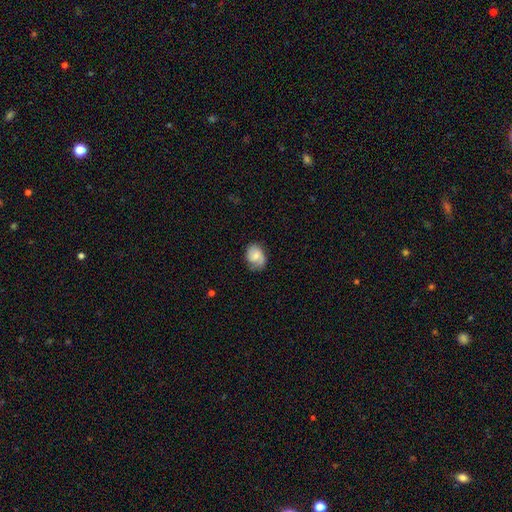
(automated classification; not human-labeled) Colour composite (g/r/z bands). It shows a smooth galaxy with no disk features (49%). Merging: none (63%).